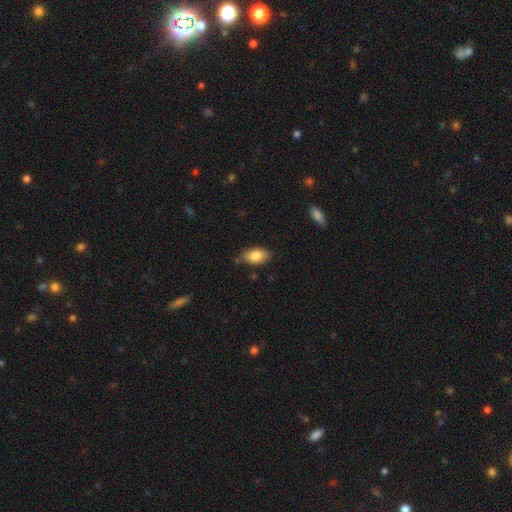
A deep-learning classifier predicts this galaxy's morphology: The model was most divided on "merging": none: 76%, minor disturbance: 18%, merger: 3%, major disturbance: 3%. More confident: how rounded — in between (92%); smooth or featured — smooth (83%).